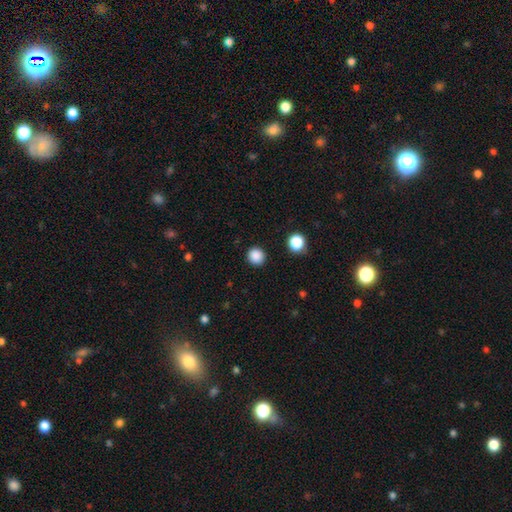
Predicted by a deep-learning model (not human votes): This appears to be a smooth galaxy with no disk features (87%) that is round (91%). Merging: none (91%).